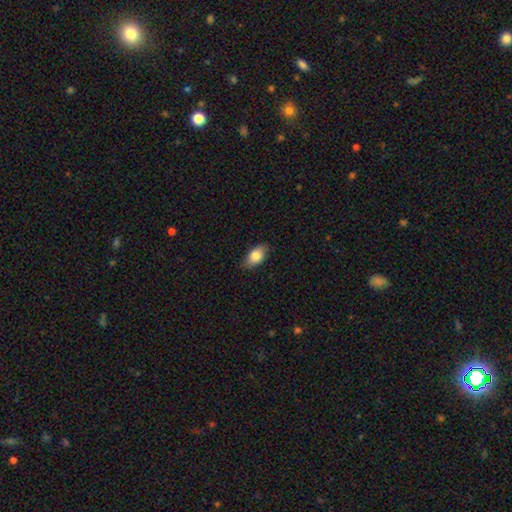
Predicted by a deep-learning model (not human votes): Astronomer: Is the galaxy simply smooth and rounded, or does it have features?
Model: smooth — 82%.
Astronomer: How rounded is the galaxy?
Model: in between — 90%.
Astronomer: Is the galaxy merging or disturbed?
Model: none — 82%.